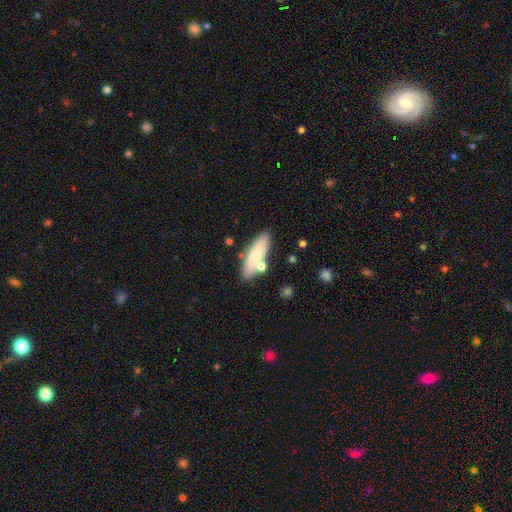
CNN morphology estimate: Smooth or featured: smooth — 74% (featured or disk — 19%)
How rounded: cigar-shaped — 50% (in between — 47%)
Merging: none — 73% (minor disturbance — 13%)